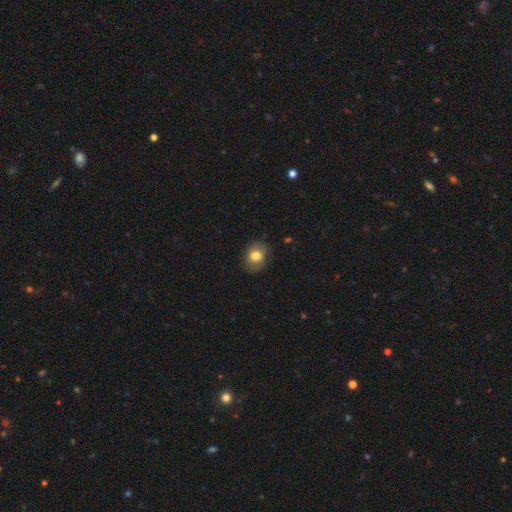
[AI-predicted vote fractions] A smooth galaxy with no disk features (74%) that is in between round and cigar-shaped (52%). Merging: none (76%).